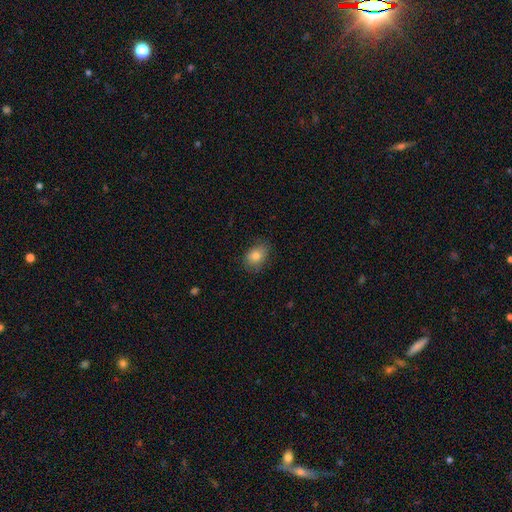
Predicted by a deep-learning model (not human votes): smooth_or_featured: smooth (p=0.83) [alt: featured or disk p=0.09]
how_rounded: in between (p=0.73) [alt: round p=0.26]
merging: none (p=0.78) [alt: minor disturbance p=0.17]